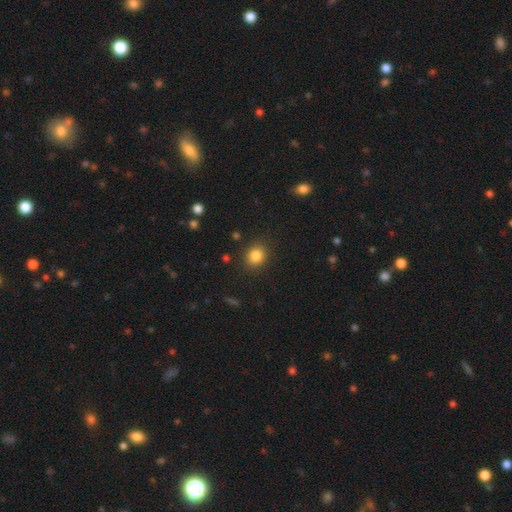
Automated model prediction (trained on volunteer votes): This appears to be a smooth galaxy with no disk features (84%) that is round (74%). Merging: none (88%).